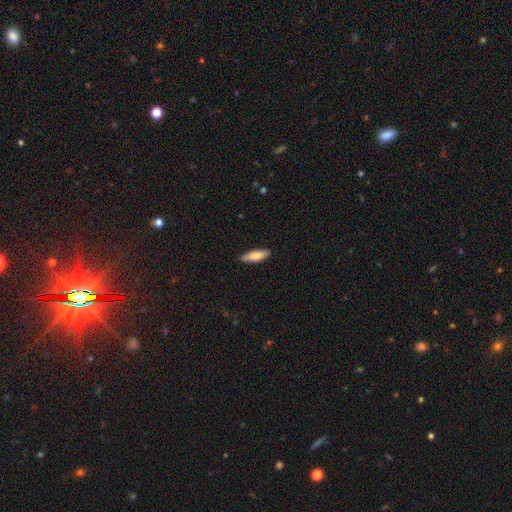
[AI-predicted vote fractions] smooth-or-featured: smooth: 79% | featured or disk: 16% | star or artifact: 5%
  how-rounded: cigar-shaped: 57% | in between: 42% | round: 2%
  merging: none: 87% | minor disturbance: 10% | major disturbance: 2% | merger: 1%